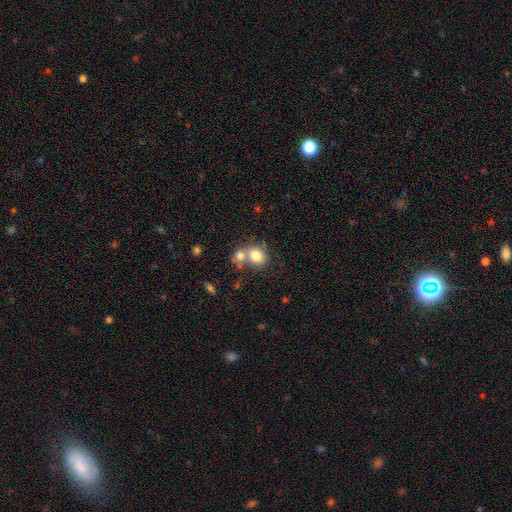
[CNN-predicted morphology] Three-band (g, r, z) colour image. It shows a smooth galaxy with no disk features (78%) that is round (62%). Merging: merger (51%).